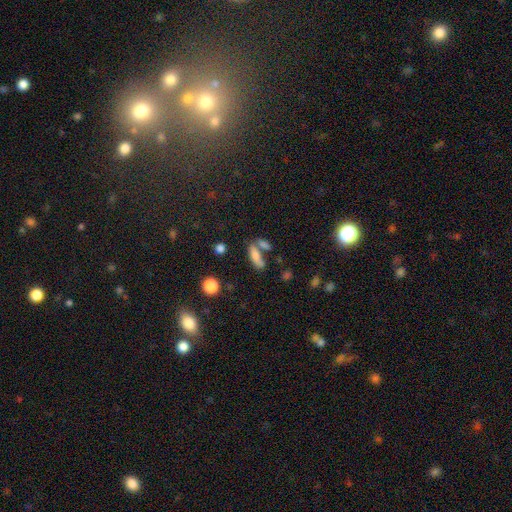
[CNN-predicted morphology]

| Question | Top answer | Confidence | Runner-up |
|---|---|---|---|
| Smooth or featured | smooth | 76% | featured or disk (13%) |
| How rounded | in between | 57% | cigar-shaped (39%) |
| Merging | none | 44% | merger (36%) |